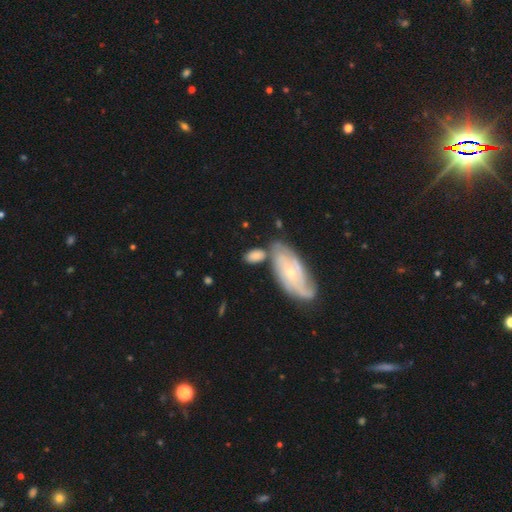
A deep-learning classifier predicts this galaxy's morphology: This is likely a smooth galaxy (67%). How rounded: clearly in between (88%). Merging: possibly none (53%).